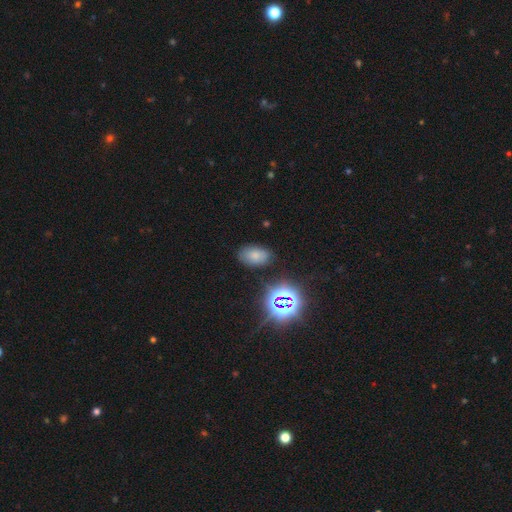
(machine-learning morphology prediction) type=smooth (68%); roundness=in between (89%); merging=none (80%).